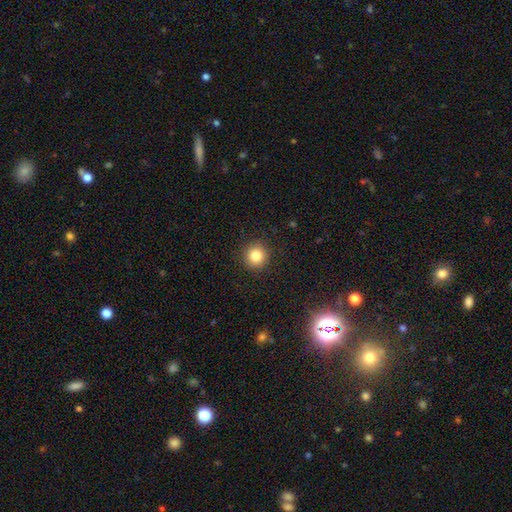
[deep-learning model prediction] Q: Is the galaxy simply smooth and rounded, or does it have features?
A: smooth — 84%.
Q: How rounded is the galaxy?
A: round — 94%.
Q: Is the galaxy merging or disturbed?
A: none — 91%.